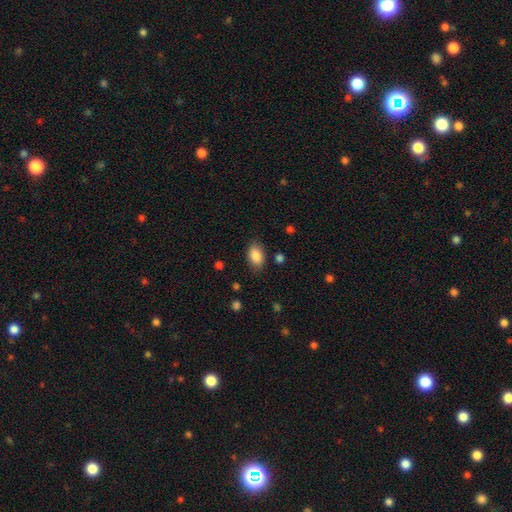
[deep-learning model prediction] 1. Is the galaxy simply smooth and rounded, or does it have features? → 87% smooth, 8% star or artifact, 5% featured or disk.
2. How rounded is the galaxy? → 89% in between, 10% round, 2% cigar-shaped.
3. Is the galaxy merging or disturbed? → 83% none, 12% minor disturbance, 3% major disturbance, 2% merger.